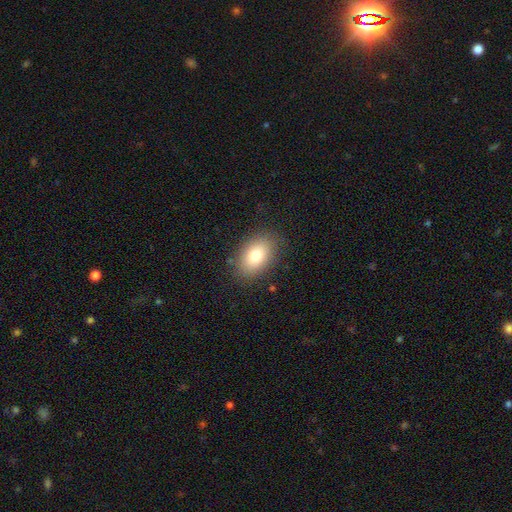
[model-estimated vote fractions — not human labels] Smooth or featured: smooth — 79% (featured or disk — 12%)
How rounded: in between — 85% (round — 13%)
Merging: none — 84% (minor disturbance — 11%)